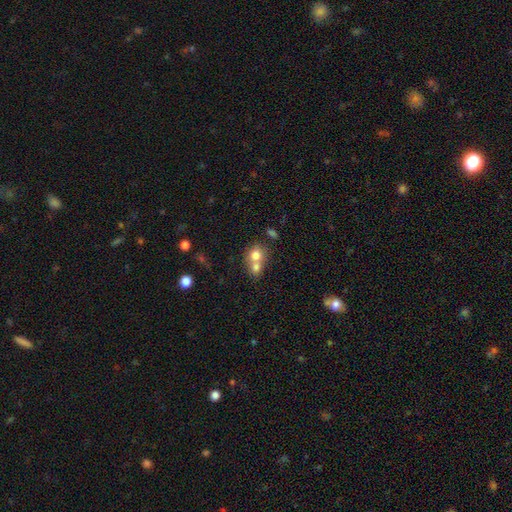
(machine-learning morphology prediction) smooth_or_featured: smooth (p=0.74) [alt: featured or disk p=0.16]
how_rounded: round (p=0.73) [alt: in between p=0.26]
merging: merger (p=0.65) [alt: none p=0.27]